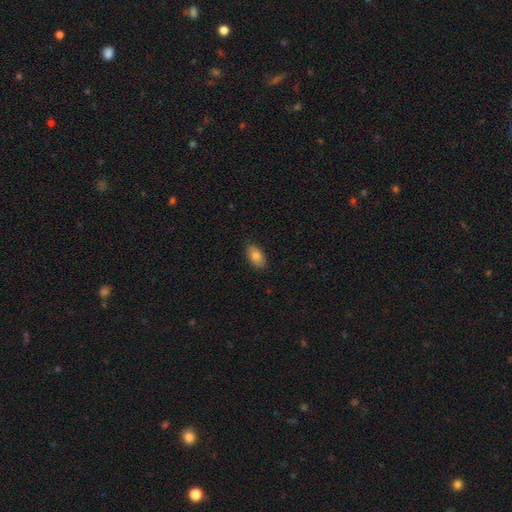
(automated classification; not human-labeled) smooth_or_featured: smooth (p=0.84) [alt: featured or disk p=0.09]
how_rounded: in between (p=0.93) [alt: round p=0.05]
merging: none (p=0.86) [alt: minor disturbance p=0.11]